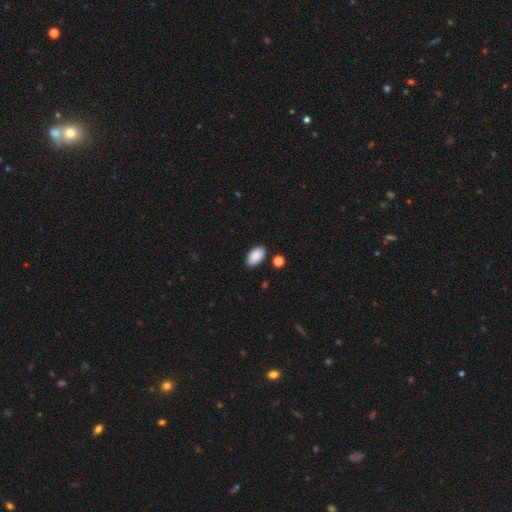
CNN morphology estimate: The model was most divided on "merging": none: 85%, minor disturbance: 10%, merger: 3%, major disturbance: 2%. More confident: how rounded — in between (95%); smooth or featured — smooth (90%).